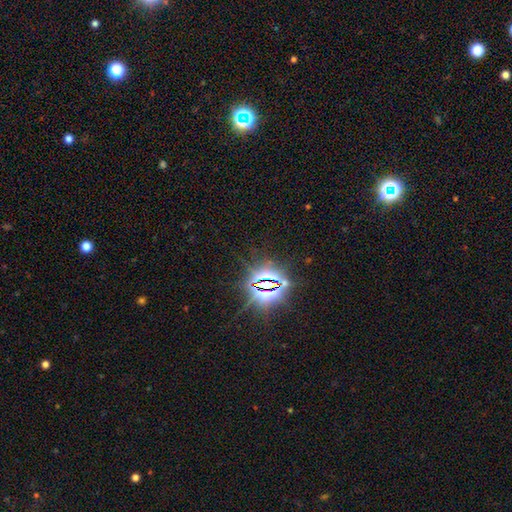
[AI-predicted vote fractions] Smooth or featured? star or artifact (81%)